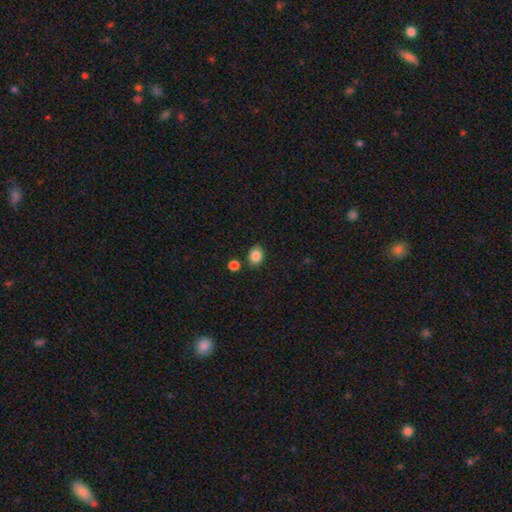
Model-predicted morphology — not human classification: Overall: smooth (85%). How rounded: in between (63%; round 36%). Merging: none (82%).